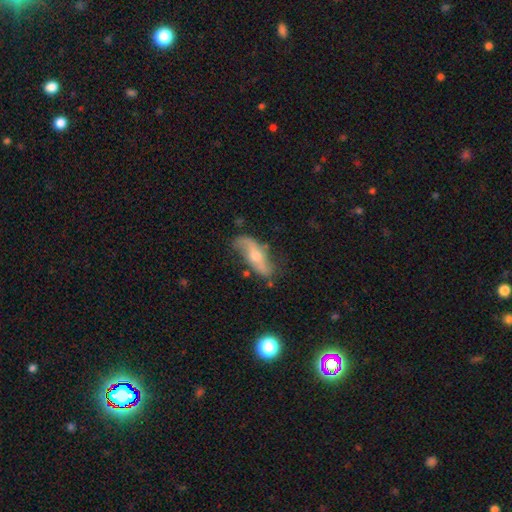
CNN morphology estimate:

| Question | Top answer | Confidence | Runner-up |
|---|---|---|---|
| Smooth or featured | featured or disk | 66% | smooth (27%) |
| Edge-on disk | no | 79% | yes (21%) |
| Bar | no | 54% | weak (31%) |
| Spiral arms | yes | 84% | no (16%) |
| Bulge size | moderate | 60% | small (29%) |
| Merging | none | 62% | minor disturbance (25%) |